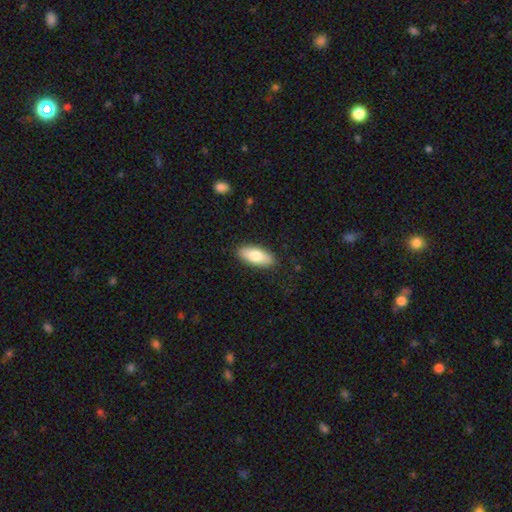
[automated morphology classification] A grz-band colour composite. It shows a smooth galaxy with no disk features (77%) that is in between round and cigar-shaped (83%). Merging: none (88%).